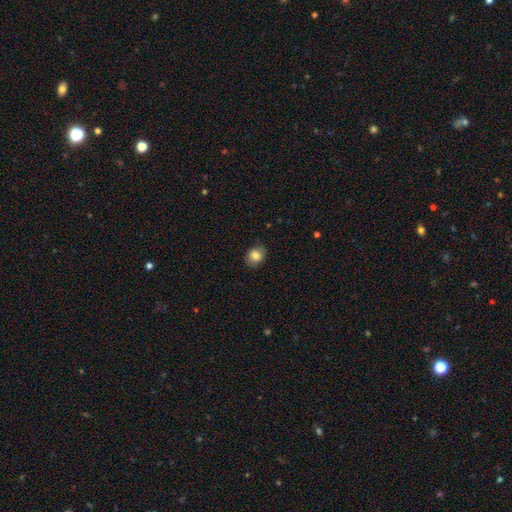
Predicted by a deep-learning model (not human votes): The model was most divided on "how rounded": round: 53%, in between: 46%, cigar-shaped: 1%. More confident: merging — none (85%); smooth or featured — smooth (83%).